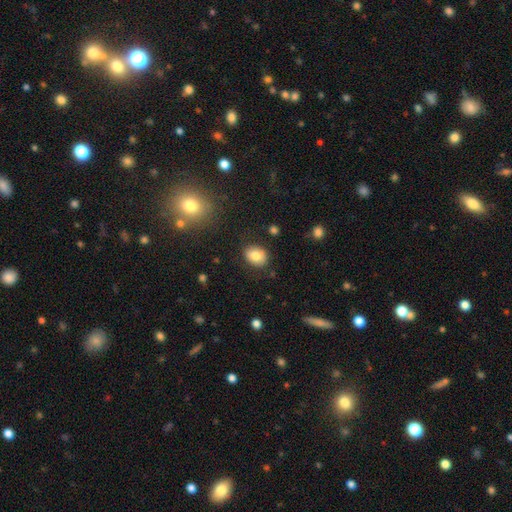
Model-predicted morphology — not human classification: Smooth or featured? Predicted: smooth (p=0.79). How rounded? Predicted: in between (p=0.60). Merging? Predicted: none (p=0.83).